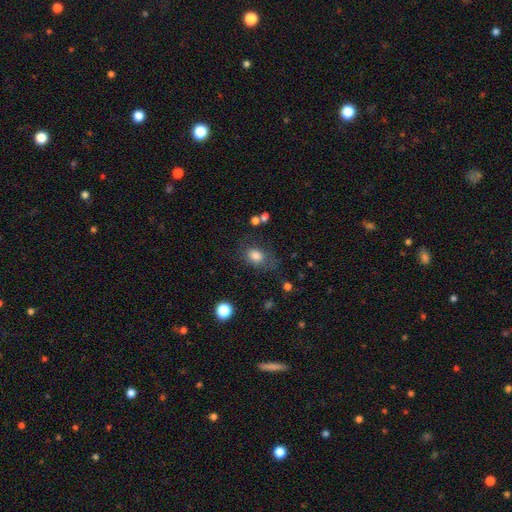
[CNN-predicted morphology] Q: Smooth or featured?
A: smooth (81%); runner-up: star or artifact (10%)
Q: How rounded?
A: in between (67%); runner-up: round (31%)
Q: Merging?
A: none (62%); runner-up: minor disturbance (22%)